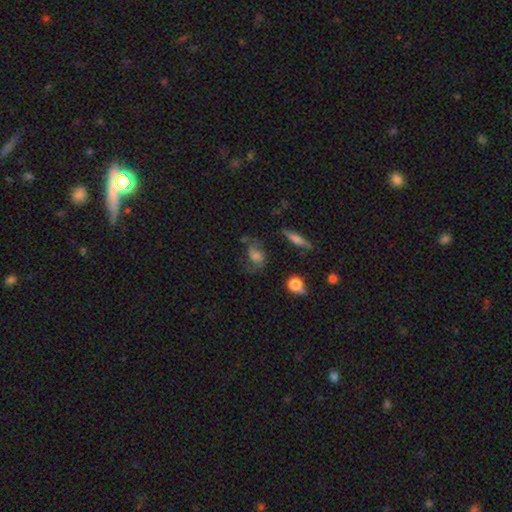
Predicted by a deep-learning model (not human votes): This is possibly a smooth galaxy (52%). How rounded: likely in between (64%). Merging: possibly none (46%).